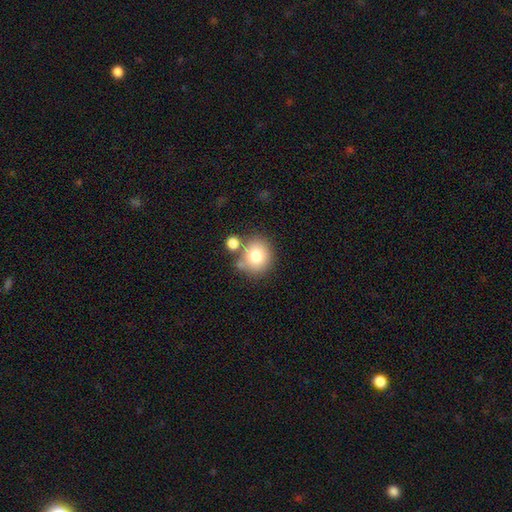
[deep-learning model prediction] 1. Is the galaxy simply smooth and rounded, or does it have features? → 78% smooth, 12% featured or disk, 10% star or artifact.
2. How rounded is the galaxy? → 79% round, 20% in between, 1% cigar-shaped.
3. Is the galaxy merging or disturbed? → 63% none, 19% merger, 14% minor disturbance, 5% major disturbance.